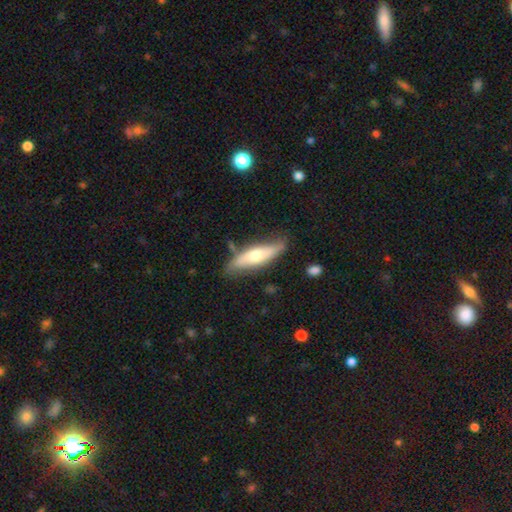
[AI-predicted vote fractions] smooth 50%, featured or disk 44%, star or artifact 6%. Down the decision tree: how rounded — cigar-shaped (61%); merging — none (74%).